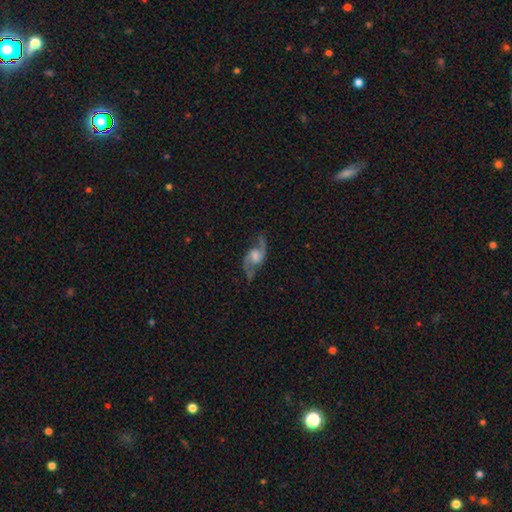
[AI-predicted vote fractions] This is clearly a featured or disk galaxy (85%). It is clearly not viewed edge-on (95%). Bar: possibly weak (46%). Spiral arm pattern: clearly yes (96%). Spiral arm count: clearly 2 (93%). Spiral winding: likely loose (62%). Central bulge: marginally moderate (31%). Merging: likely none (75%).